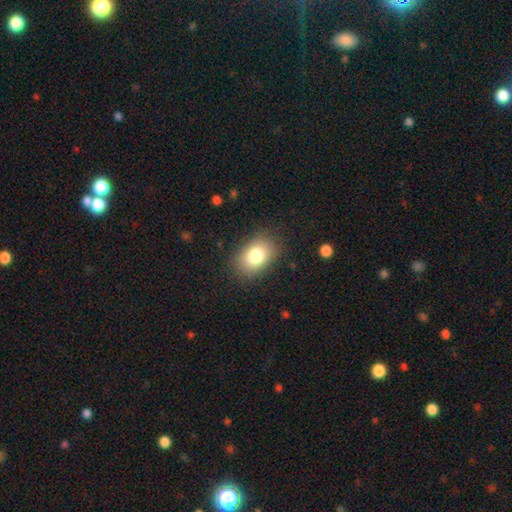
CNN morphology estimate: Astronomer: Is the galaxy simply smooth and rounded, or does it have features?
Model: smooth — 80%.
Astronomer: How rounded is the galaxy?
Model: in between — 80%.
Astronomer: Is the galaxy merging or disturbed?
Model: none — 85%.